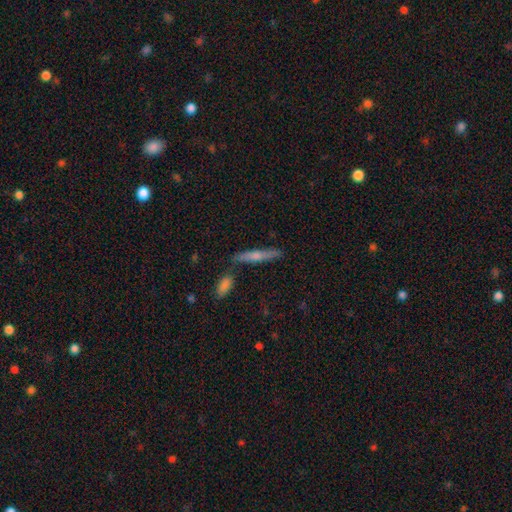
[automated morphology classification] This appears to be a smooth galaxy with no disk features (49%). Merging: none (78%).